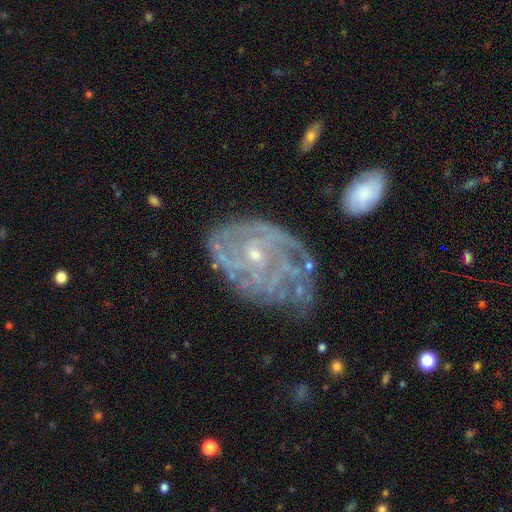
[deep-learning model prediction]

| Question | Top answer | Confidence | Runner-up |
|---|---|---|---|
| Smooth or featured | featured or disk | 84% | smooth (9%) |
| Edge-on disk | no | 97% | yes (3%) |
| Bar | no | 65% | weak (29%) |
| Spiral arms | yes | 89% | no (11%) |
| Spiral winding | tight | 64% | medium (28%) |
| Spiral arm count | can't tell | 44% | 4 (16%) |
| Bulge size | small | 75% | moderate (20%) |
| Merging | none | 49% | minor disturbance (28%) |